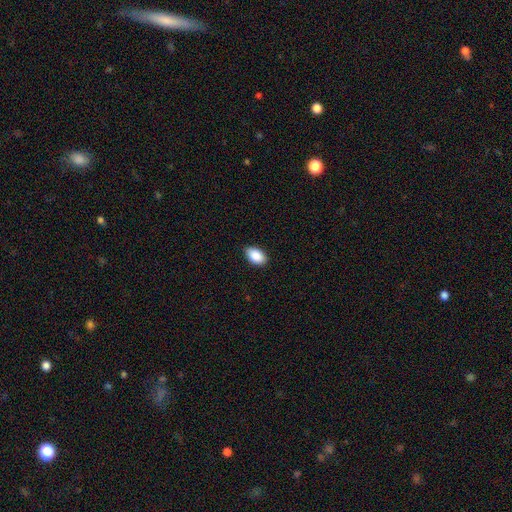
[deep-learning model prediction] Q: Smooth or featured?
A: smooth (90%); runner-up: star or artifact (7%)
Q: How rounded?
A: in between (93%); runner-up: round (5%)
Q: Merging?
A: none (86%); runner-up: minor disturbance (12%)